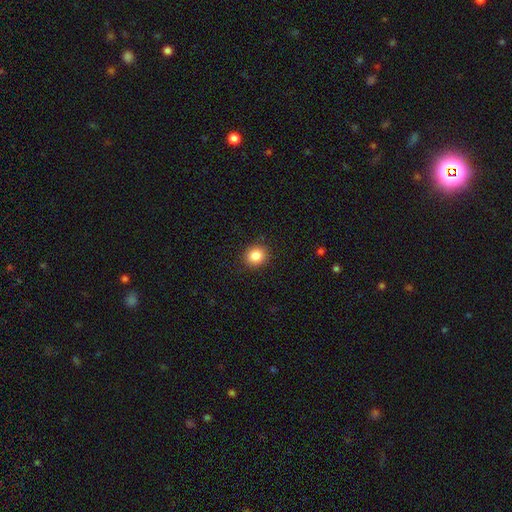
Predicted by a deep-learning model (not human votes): A smooth galaxy with no disk features (85%) that is round (81%).

Vote fractions:
- Smooth or featured? smooth: 85% / star or artifact: 10% / featured or disk: 5%
- How rounded? round: 81% / in between: 18% / cigar-shaped: 1%
- Merging? none: 91% / minor disturbance: 6% / major disturbance: 2% / merger: 1%